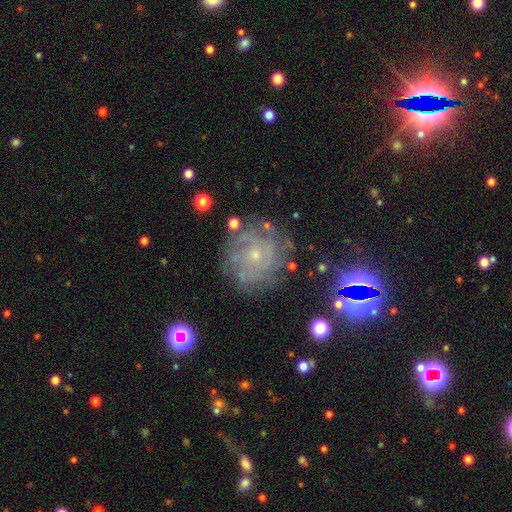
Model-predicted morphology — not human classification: The model was most divided on "spiral arm count": can't tell: 51%, 3: 13%, 2: 12%, 4: 11%, more than 4: 7%, 1: 6%. More confident: edge-on disk — no (97%); spiral arms — yes (88%); bar — no (80%); merging — none (73%); smooth or featured — featured or disk (72%); bulge size — small (72%); spiral winding — tight (69%).